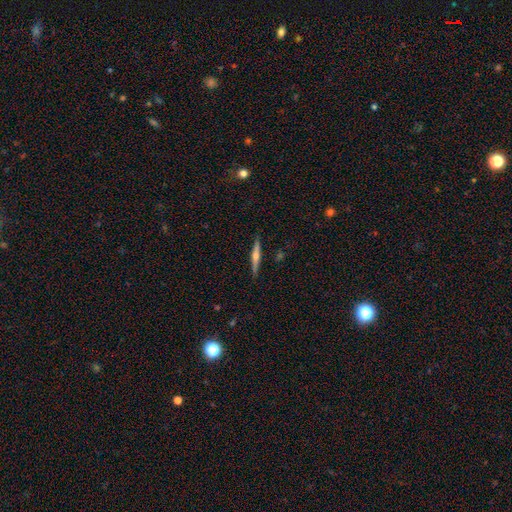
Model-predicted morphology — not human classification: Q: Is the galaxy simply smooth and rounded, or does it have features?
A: featured or disk — 67%.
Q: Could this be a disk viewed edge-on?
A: yes — 97%.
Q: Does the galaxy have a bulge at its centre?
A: rounded — 90%.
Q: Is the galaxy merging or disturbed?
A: none — 89%.